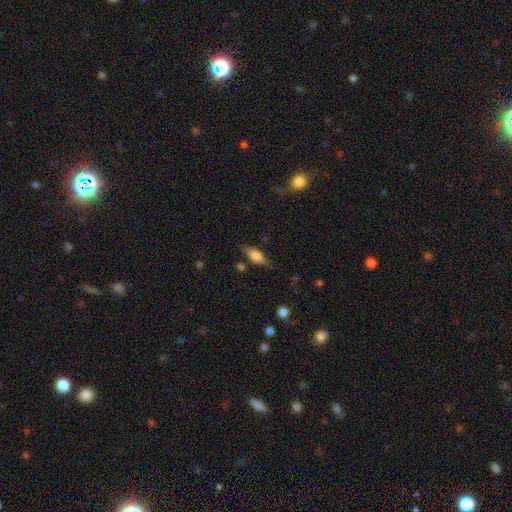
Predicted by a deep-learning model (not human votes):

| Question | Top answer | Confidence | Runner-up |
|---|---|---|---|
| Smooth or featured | smooth | 68% | featured or disk (24%) |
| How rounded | in between | 72% | cigar-shaped (25%) |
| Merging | none | 71% | minor disturbance (20%) |